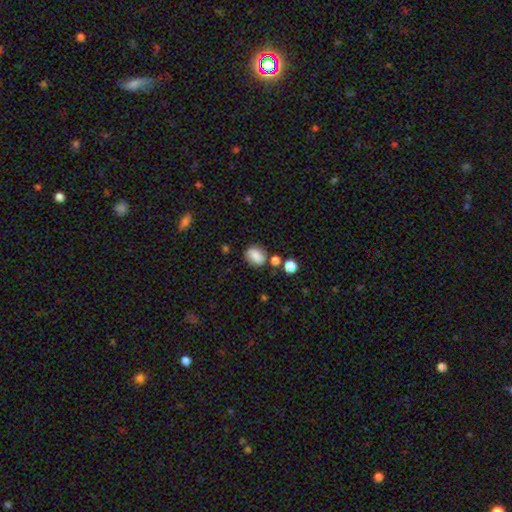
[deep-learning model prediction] smooth_or_featured: smooth (p=0.76) [alt: featured or disk p=0.14]
how_rounded: in between (p=0.62) [alt: round p=0.36]
merging: none (p=0.70) [alt: minor disturbance p=0.16]